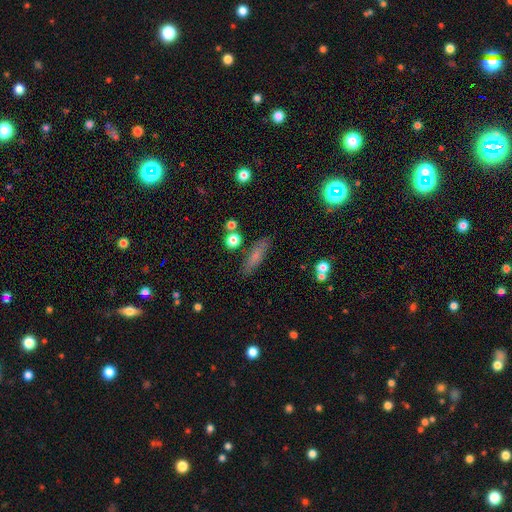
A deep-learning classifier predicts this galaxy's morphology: A smooth galaxy with no disk features (70%) that is cigar-shaped (61%).

Vote fractions:
- Smooth or featured? smooth: 70% / featured or disk: 20% / star or artifact: 10%
- How rounded? cigar-shaped: 61% / in between: 35% / round: 4%
- Merging? none: 81% / minor disturbance: 13% / merger: 4% / major disturbance: 3%